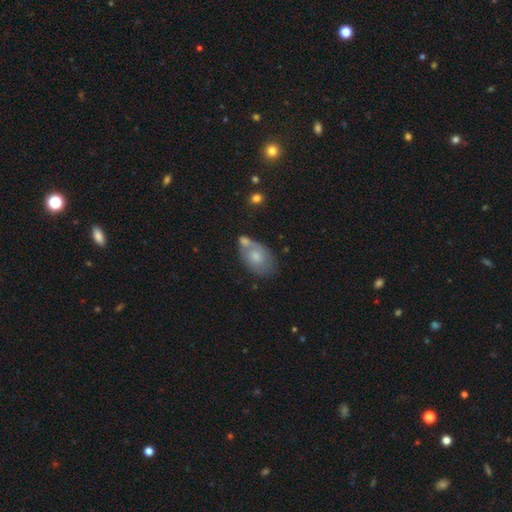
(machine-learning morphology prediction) Smooth or featured: smooth — 56% (featured or disk — 35%)
How rounded: in between — 86% (round — 12%)
Merging: none — 42% (merger — 28%)